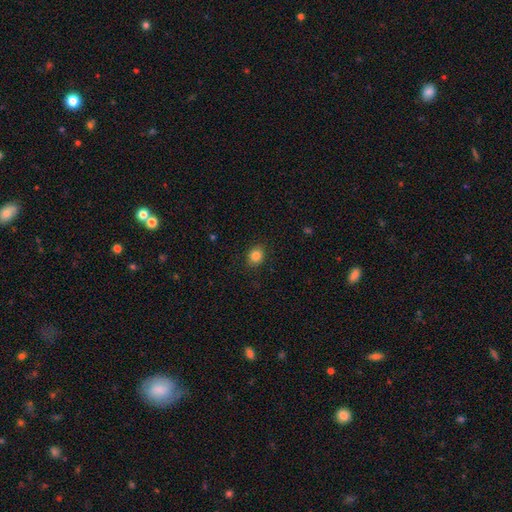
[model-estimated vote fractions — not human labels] This appears to be a smooth galaxy with no disk features (85%) that is round (64%). Merging: none (88%).